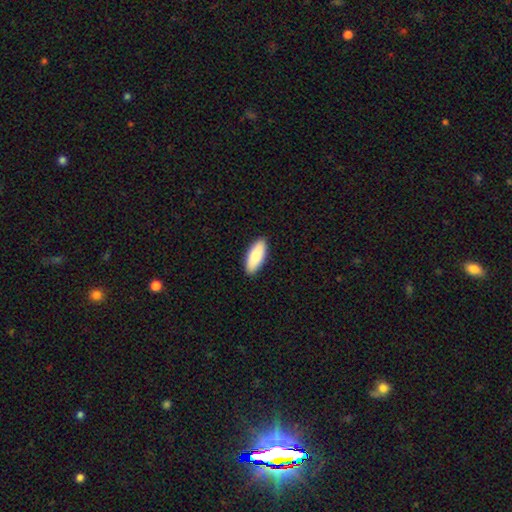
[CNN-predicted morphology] A smooth galaxy with no disk features (87%) that is in between round and cigar-shaped (79%). Merging: none (91%).